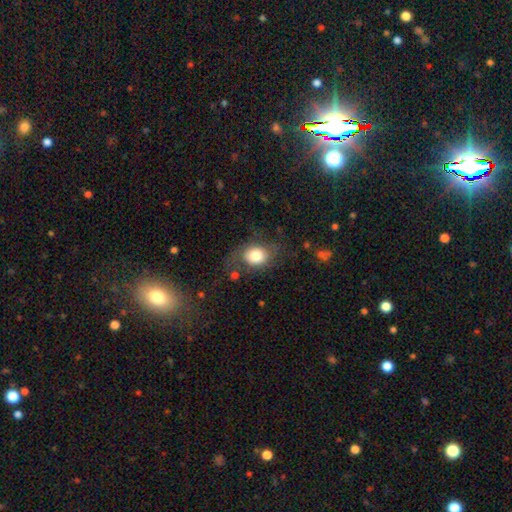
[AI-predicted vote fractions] Morphology: type=smooth (75%); roundness=in between (50%); merging=none (57%).